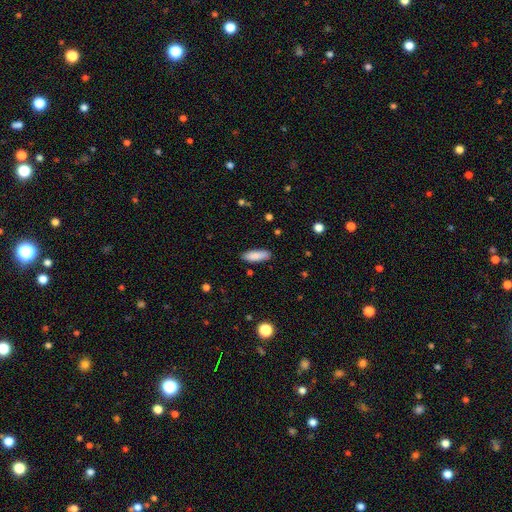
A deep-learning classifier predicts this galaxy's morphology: This appears to be a smooth galaxy with no disk features (87%) that is in between round and cigar-shaped (60%). Merging: none (86%).